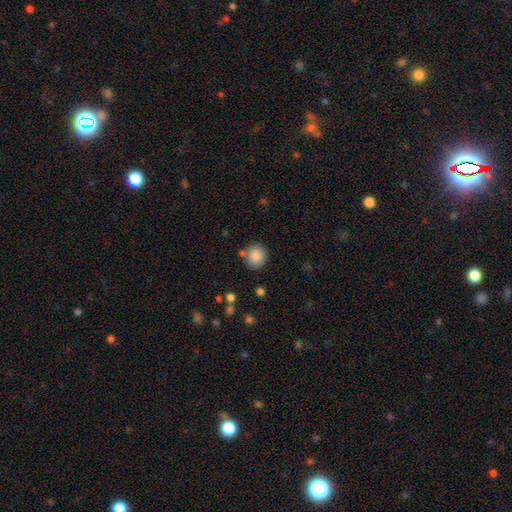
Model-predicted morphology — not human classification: Smooth or featured? smooth (86%)
How rounded? round (85%)
Merging? none (79%)